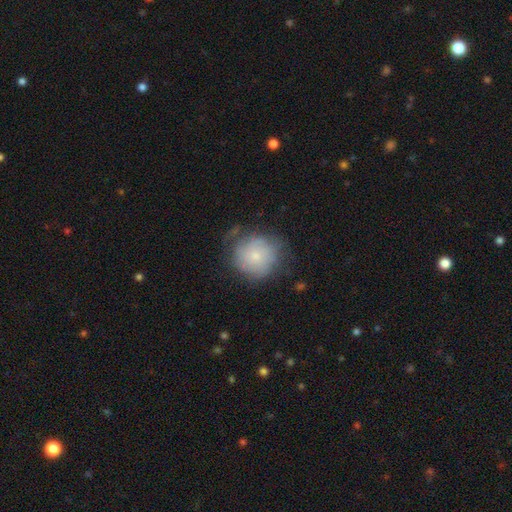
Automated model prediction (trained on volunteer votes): Smooth or featured: smooth — 61% (featured or disk — 31%)
How rounded: round — 89% (in between — 10%)
Merging: none — 55% (minor disturbance — 28%)